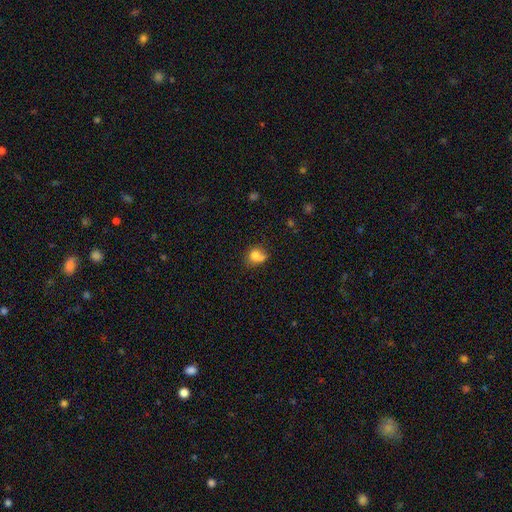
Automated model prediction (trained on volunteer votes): smooth 75%, featured or disk 14%, star or artifact 11%. Down the decision tree: how rounded — round (65%); merging — merger (37%).